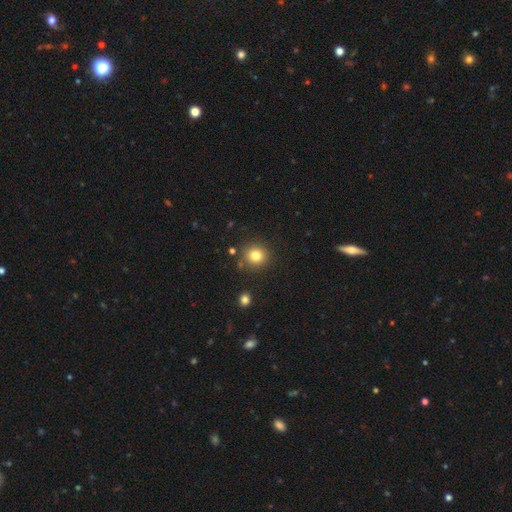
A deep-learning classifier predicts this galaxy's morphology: Overall: smooth (81%). How rounded: round (91%). Merging: none (86%).